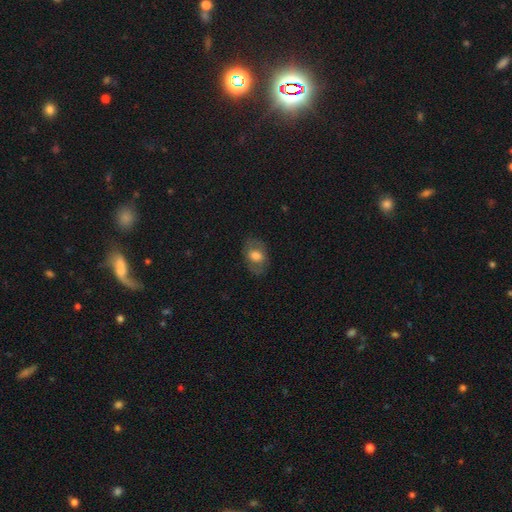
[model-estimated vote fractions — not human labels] smooth-or-featured: smooth: 65% | featured or disk: 27% | star or artifact: 8%
  how-rounded: in between: 78% | round: 21% | cigar-shaped: 1%
  merging: none: 77% | minor disturbance: 15% | major disturbance: 7% | merger: 1%